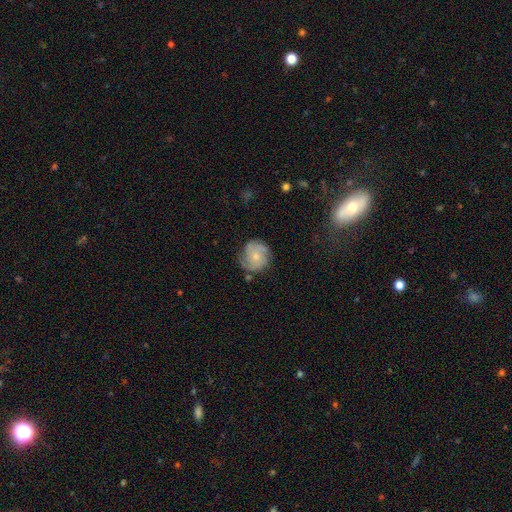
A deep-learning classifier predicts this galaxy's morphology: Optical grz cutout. It shows a featured or disk galaxy (58%) with no bar (79%), 2 (32%) tight (53%) spiral arms (89%) and a small central bulge (56%). Merging: none (74%).